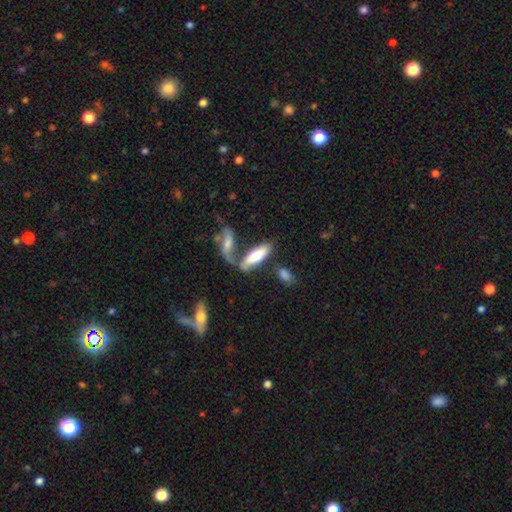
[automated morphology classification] type=smooth (67%); roundness=in between (53%); merging=none (40%, tied with merger).